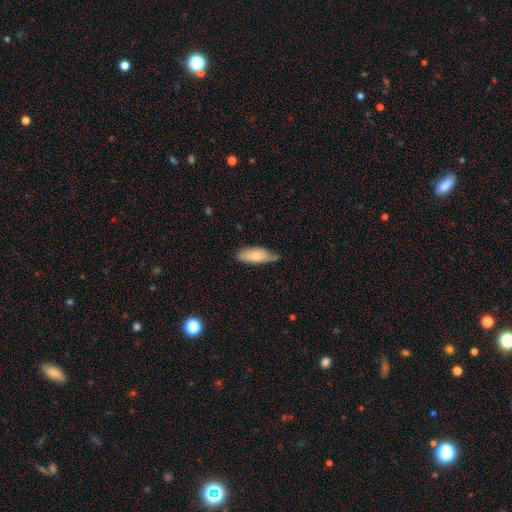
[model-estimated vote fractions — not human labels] A smooth galaxy with no disk features (78%) that is in between round and cigar-shaped (74%). Merging: none (56%).